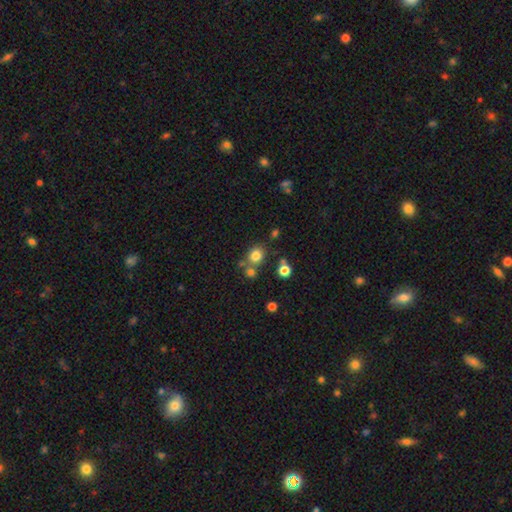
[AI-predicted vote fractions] A smooth galaxy with no disk features (78%) that is round (74%). Merging: none (66%).